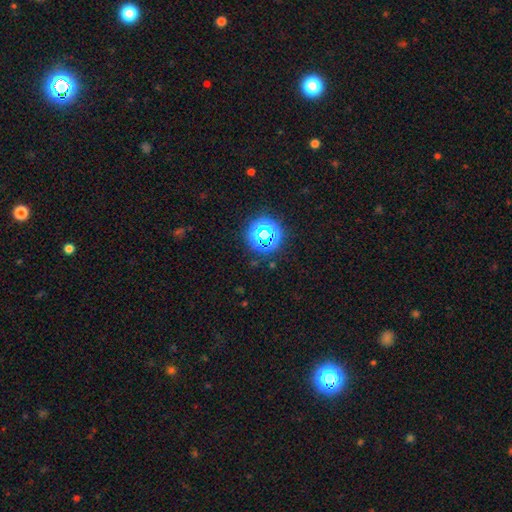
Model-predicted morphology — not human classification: Smooth or featured: star or artifact — 48% (smooth — 47%)